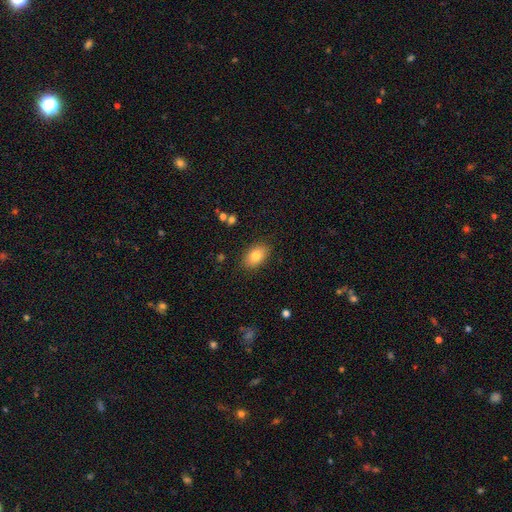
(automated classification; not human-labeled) smooth_or_featured: smooth (p=0.81) [alt: featured or disk p=0.11]
how_rounded: in between (p=0.88) [alt: round p=0.10]
merging: none (p=0.87) [alt: minor disturbance p=0.10]